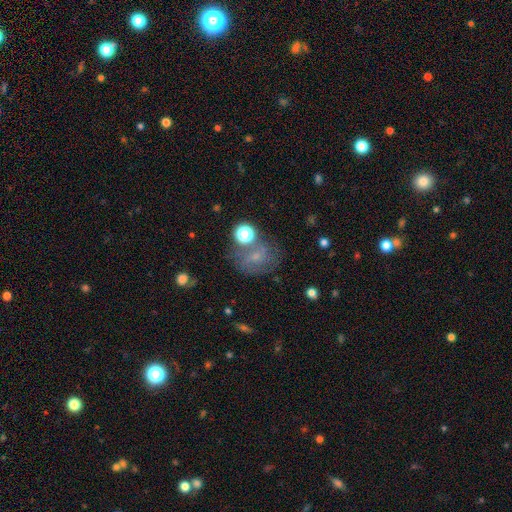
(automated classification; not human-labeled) smooth 44%, featured or disk 36%, star or artifact 20%. Down the decision tree: merging — none (55%).